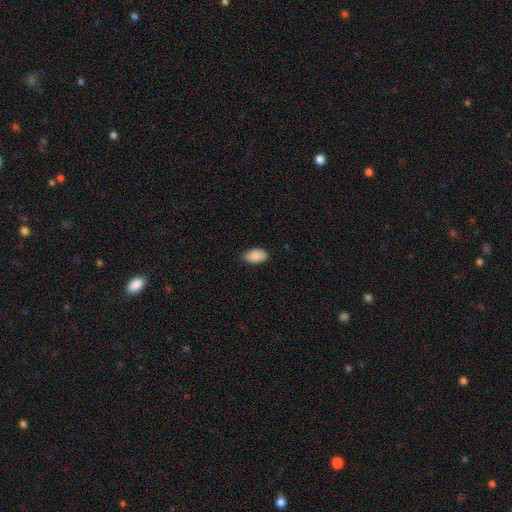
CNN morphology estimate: This appears to be a smooth galaxy with no disk features (90%) that is in between round and cigar-shaped (94%). Merging: none (78%).